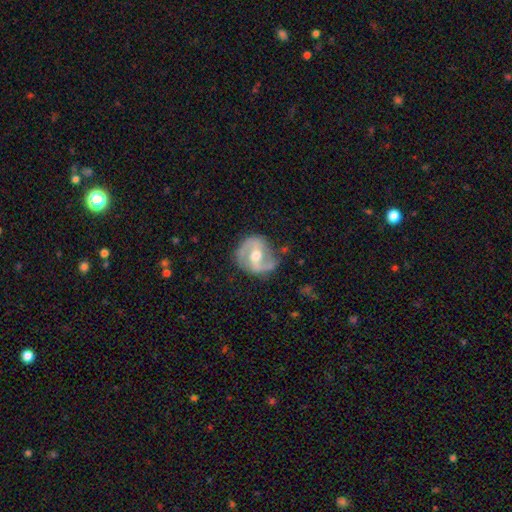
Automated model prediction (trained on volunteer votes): Morphology: type=featured or disk (81%); edge-on=no (97%); bar=weak (44%); spiral arms=yes (89%); winding=medium (51%); arm count=2 (89%); bulge=moderate (74%); merging=none (75%).